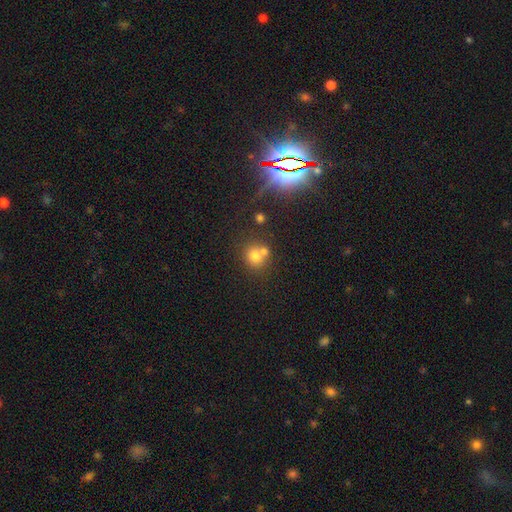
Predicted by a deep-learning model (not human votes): The model was most divided on "merging": none: 49%, merger: 38%, minor disturbance: 9%, major disturbance: 4%. More confident: how rounded — round (83%); smooth or featured — smooth (72%).